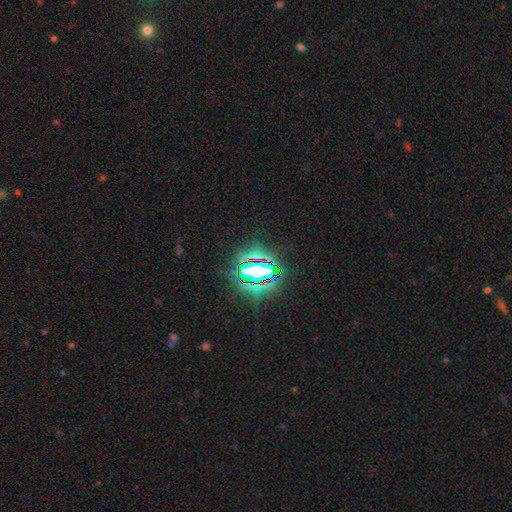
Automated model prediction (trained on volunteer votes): smooth-or-featured: star or artifact: 83% | smooth: 10% | featured or disk: 7%